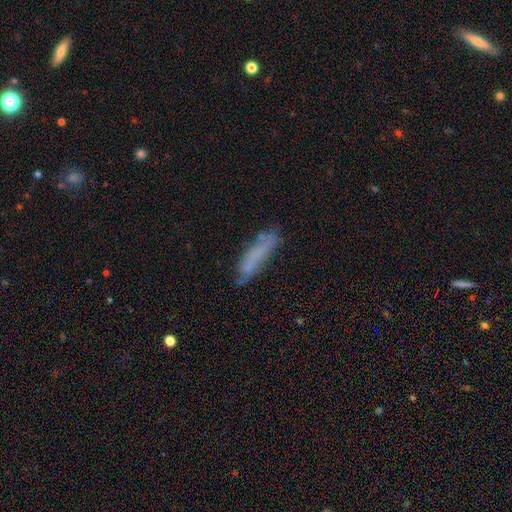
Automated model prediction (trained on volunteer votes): Smooth or featured? smooth (62%)
How rounded? cigar-shaped (76%)
Merging? none (61%)